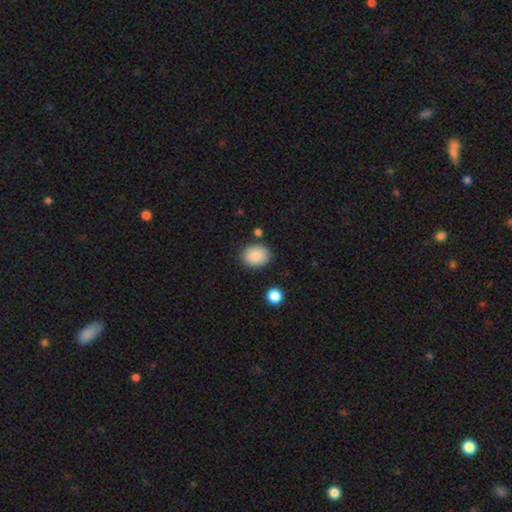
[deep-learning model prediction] A smooth galaxy with no disk features (87%) that is round (63%). Merging: none (84%).